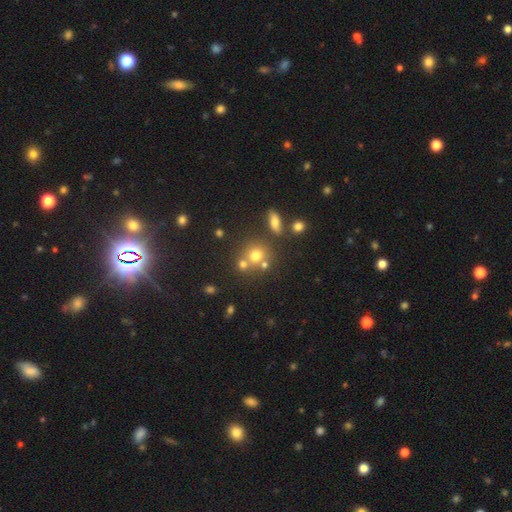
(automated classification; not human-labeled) Overall: smooth (68%). How rounded: round (84%). Merging: none (57%; merger 28%).